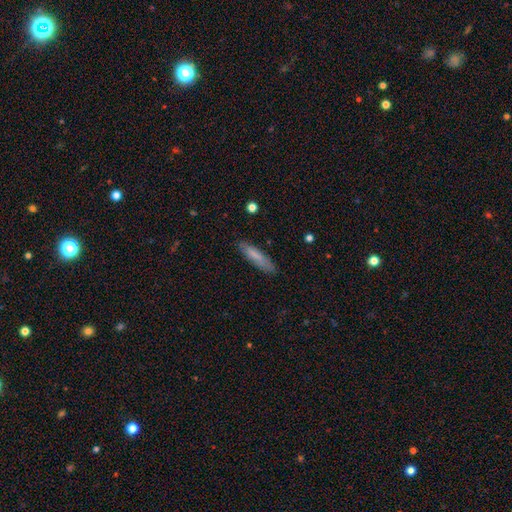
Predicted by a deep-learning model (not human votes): Morphology: type=smooth (72%); roundness=cigar-shaped (76%); merging=none (82%).